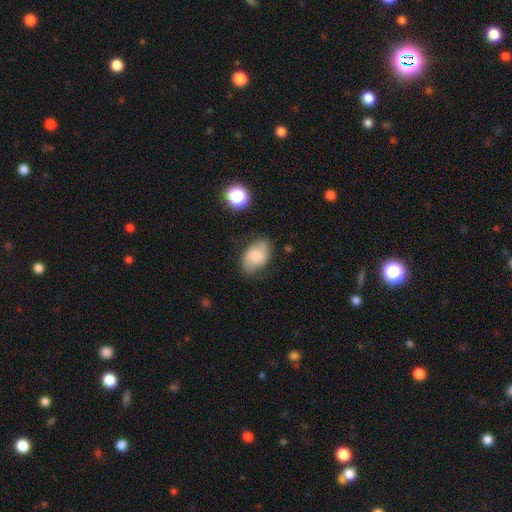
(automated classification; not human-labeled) Q: Smooth or featured?
A: smooth (58%); runner-up: featured or disk (34%)
Q: How rounded?
A: in between (89%); runner-up: round (10%)
Q: Merging?
A: none (72%); runner-up: minor disturbance (21%)